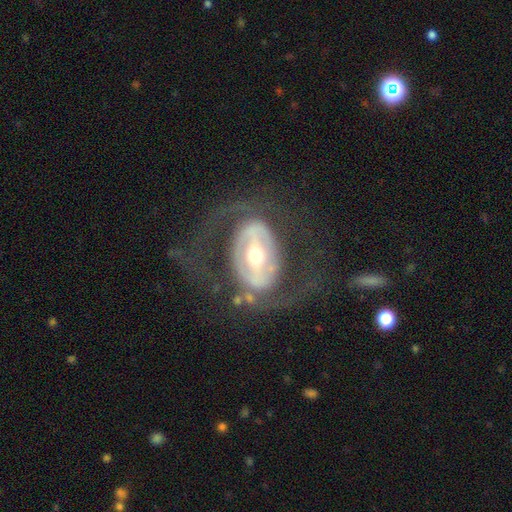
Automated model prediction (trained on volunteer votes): featured or disk 83%, smooth 12%, star or artifact 5%. Down the decision tree: edge-on disk — no (95%); bar — strong (49%); spiral arms — yes (70%); spiral arm count — 2 (81%); spiral winding — medium (43%); bulge size — moderate (62%); merging — none (61%).